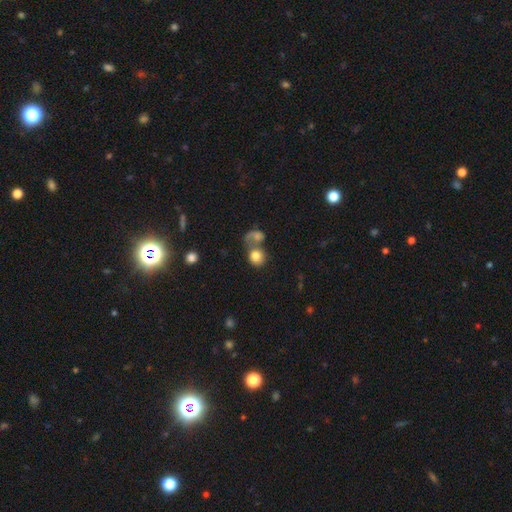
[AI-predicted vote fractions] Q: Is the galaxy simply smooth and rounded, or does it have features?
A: smooth — 77%.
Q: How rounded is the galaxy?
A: round — 72%.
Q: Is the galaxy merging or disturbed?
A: merger — 55%.